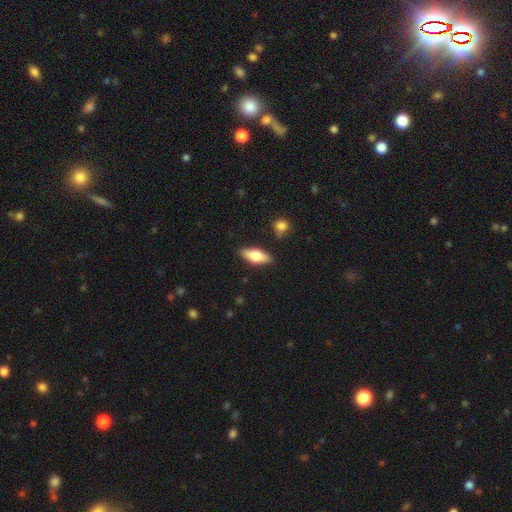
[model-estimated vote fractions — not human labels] Smooth or featured? smooth (63%)
How rounded? in between (74%)
Merging? none (84%)